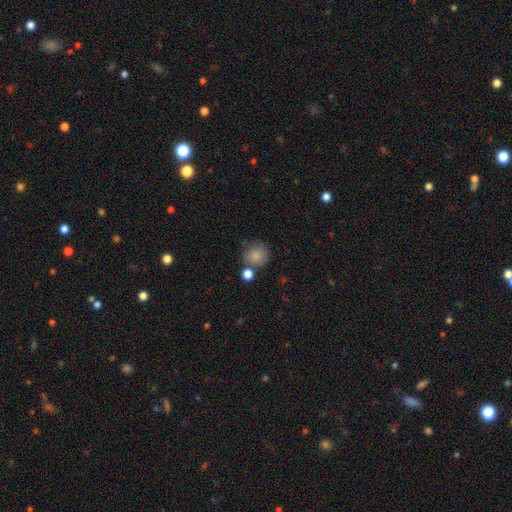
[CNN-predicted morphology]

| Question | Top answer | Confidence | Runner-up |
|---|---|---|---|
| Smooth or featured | smooth | 85% | star or artifact (9%) |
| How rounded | round | 88% | in between (11%) |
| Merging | none | 68% | merger (15%) |